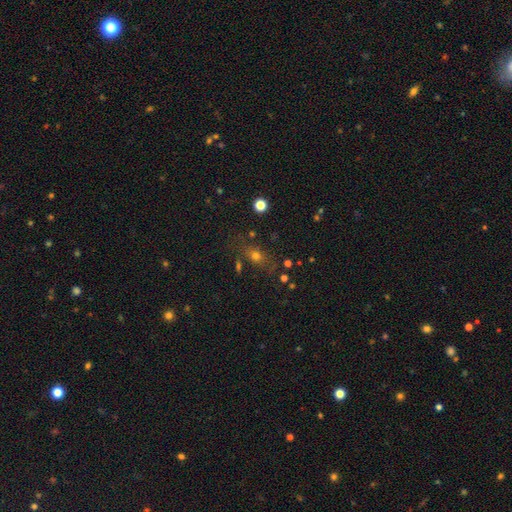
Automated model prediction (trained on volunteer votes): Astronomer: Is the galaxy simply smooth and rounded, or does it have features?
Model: smooth — 65%.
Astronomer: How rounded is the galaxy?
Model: in between — 55% (runner-up: round, 39%).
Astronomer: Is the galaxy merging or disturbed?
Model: none — 69%.